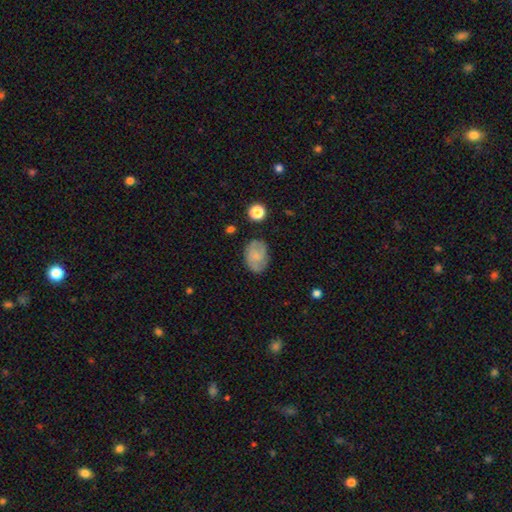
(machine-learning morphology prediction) type=smooth (64%); roundness=in between (67%); merging=none (74%).